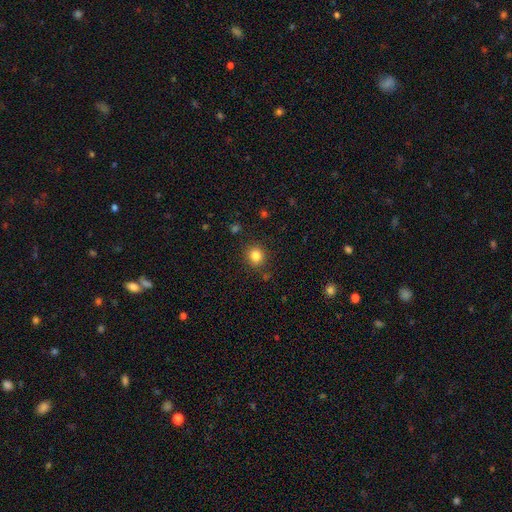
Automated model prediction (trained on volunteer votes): Overall: smooth (83%). How rounded: round (88%). Merging: none (88%).